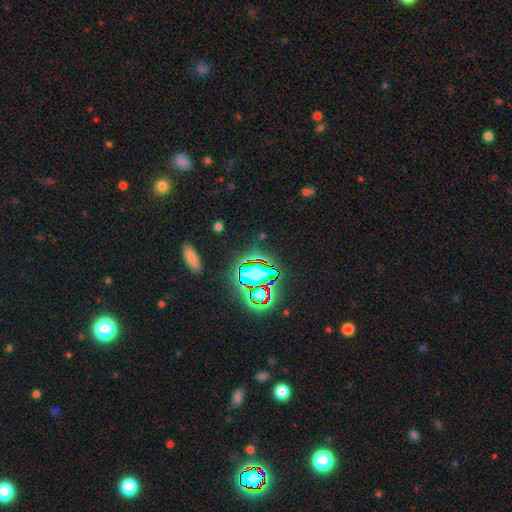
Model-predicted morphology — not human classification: Smooth or featured: star or artifact — 76% (smooth — 14%)